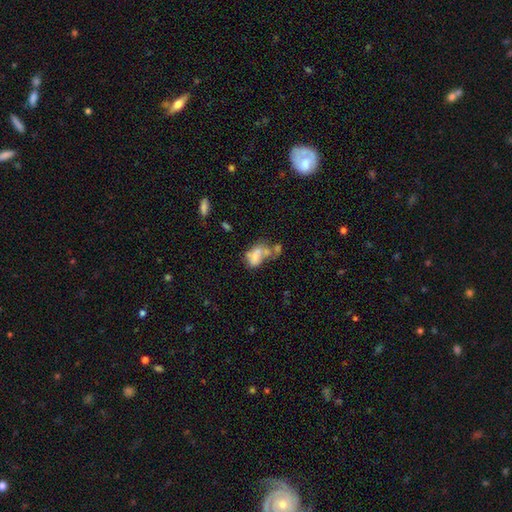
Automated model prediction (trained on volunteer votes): Morphology: type=smooth (57%); roundness=in between (84%); merging=merger (47%).